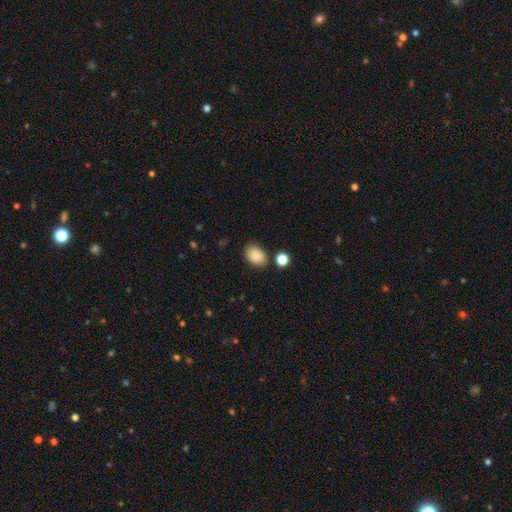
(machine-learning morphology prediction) type=smooth (88%); roundness=in between (79%); merging=none (79%).